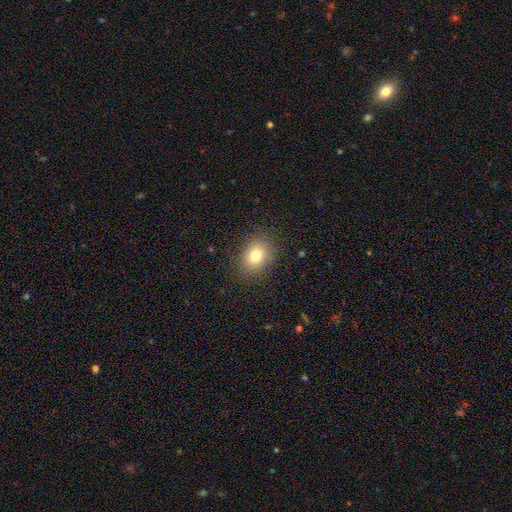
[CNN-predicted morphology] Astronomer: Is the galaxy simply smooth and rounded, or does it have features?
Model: smooth — 78%.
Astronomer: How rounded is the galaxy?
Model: in between — 57% (runner-up: round, 42%).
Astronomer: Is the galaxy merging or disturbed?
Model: none — 86%.